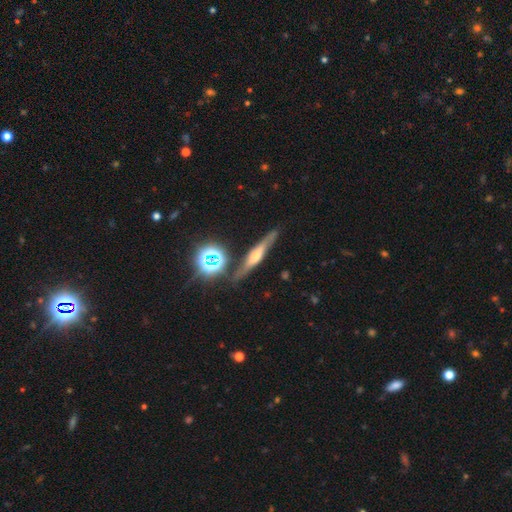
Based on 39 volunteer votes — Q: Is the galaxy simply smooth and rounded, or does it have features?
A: featured or disk — 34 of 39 (87%).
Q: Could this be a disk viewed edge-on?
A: yes — 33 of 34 (97%).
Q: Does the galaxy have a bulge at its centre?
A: rounded — 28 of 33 (85%).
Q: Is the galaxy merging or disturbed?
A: none — 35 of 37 (95%).